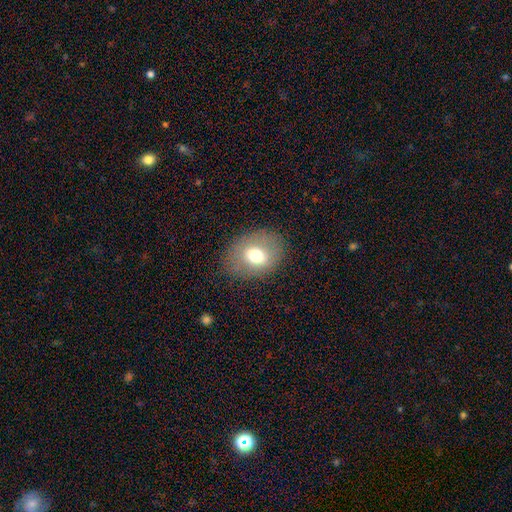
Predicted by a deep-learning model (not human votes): smooth_or_featured: smooth (p=0.68) [alt: featured or disk p=0.21]
how_rounded: in between (p=0.55) [alt: round p=0.44]
merging: none (p=0.81) [alt: minor disturbance p=0.12]